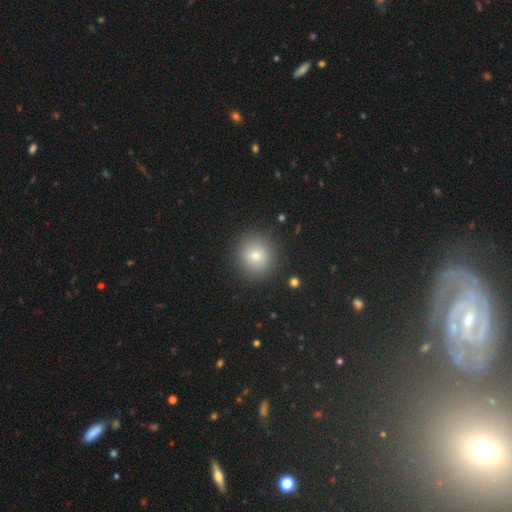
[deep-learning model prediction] smooth-or-featured: smooth: 81% | star or artifact: 10% | featured or disk: 9%
  how-rounded: round: 88% | in between: 11% | cigar-shaped: 1%
  merging: none: 88% | minor disturbance: 7% | major disturbance: 3% | merger: 1%